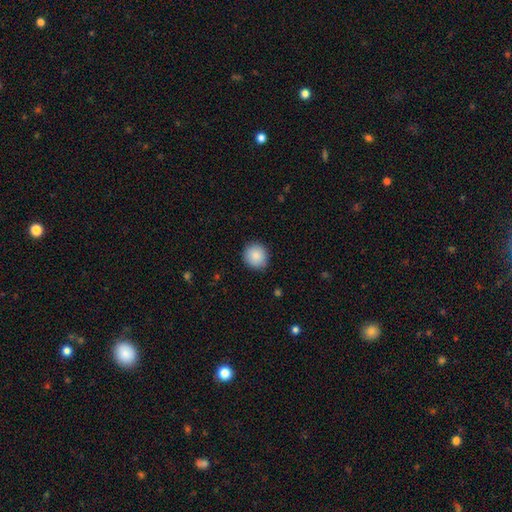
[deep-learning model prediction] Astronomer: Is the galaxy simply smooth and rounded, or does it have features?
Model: smooth — 88%.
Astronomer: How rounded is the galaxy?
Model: round — 88%.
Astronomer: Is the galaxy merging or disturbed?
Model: none — 88%.